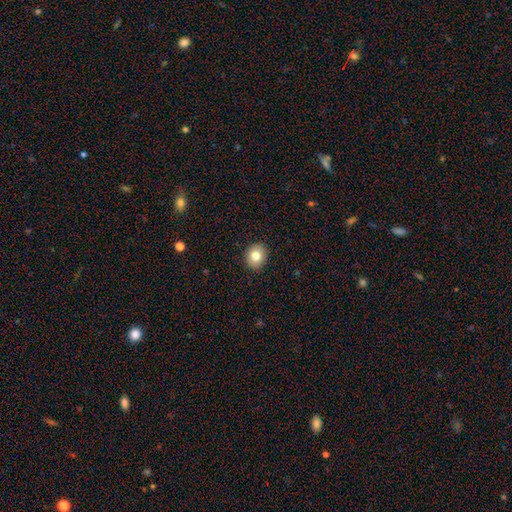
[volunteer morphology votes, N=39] smooth-or-featured: smooth: 77% | featured or disk: 13% | star or artifact: 10%
  how-rounded: round: 83% | in between: 17% | cigar-shaped: 0%
  merging: none: 94% | minor disturbance: 6% | major disturbance: 0% | merger: 0%